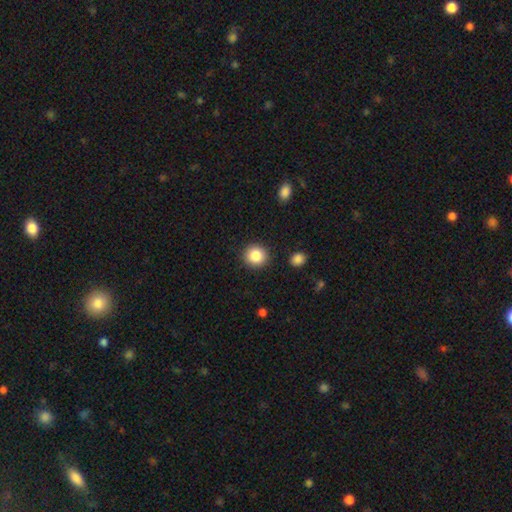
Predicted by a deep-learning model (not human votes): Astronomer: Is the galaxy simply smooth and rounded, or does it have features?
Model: smooth — 86%.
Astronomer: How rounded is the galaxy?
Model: round — 91%.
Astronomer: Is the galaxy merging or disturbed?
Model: none — 90%.